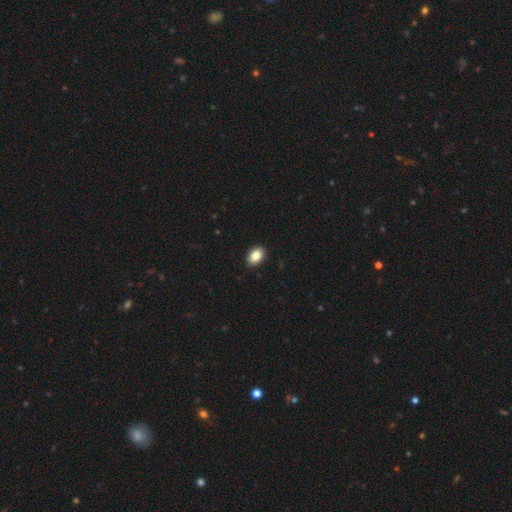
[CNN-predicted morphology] This is clearly a smooth galaxy (85%). How rounded: clearly in between (84%). Merging: clearly none (91%).